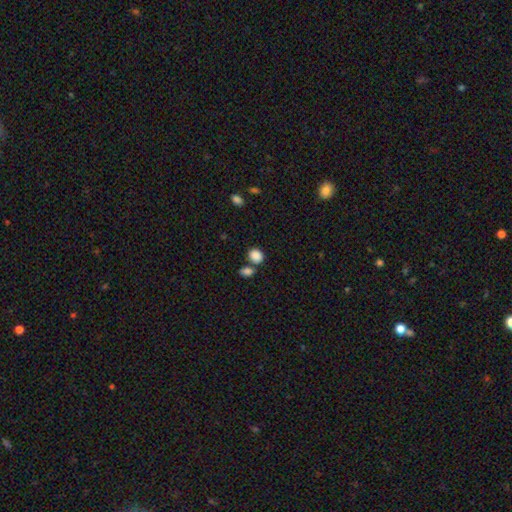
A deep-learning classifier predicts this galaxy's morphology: Smooth or featured? Predicted: smooth (p=0.87). How rounded? Predicted: in between (p=0.53). Merging? Predicted: none (p=0.55).